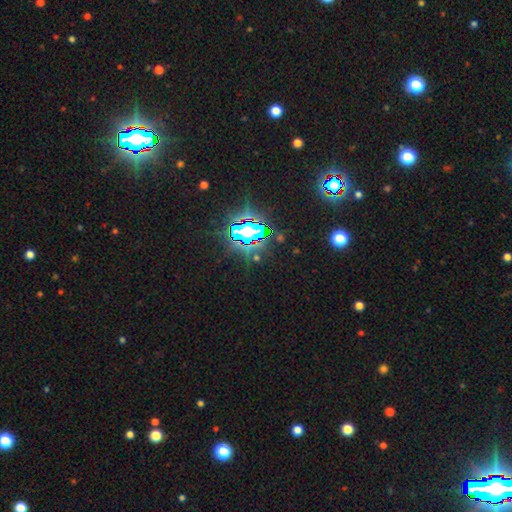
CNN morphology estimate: type=star or artifact (76%).